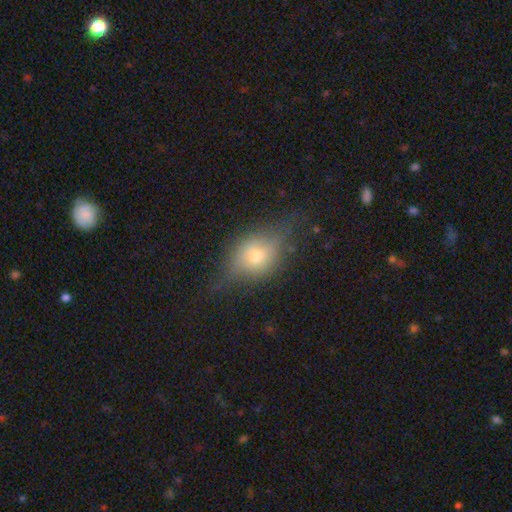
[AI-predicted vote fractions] A smooth galaxy with no disk features (47%).

Vote fractions:
- Smooth or featured? smooth: 47% / featured or disk: 40% / star or artifact: 13%
- Merging? none: 65% / minor disturbance: 22% / major disturbance: 11% / merger: 2%